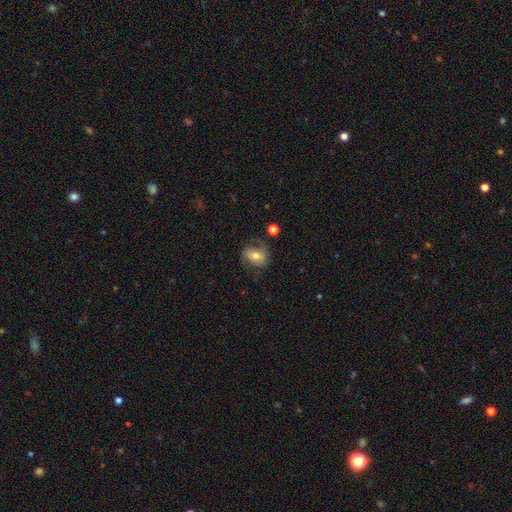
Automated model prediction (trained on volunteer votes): Smooth or featured: featured or disk — 49% (smooth — 42%)
Merging: none — 60% (minor disturbance — 23%)